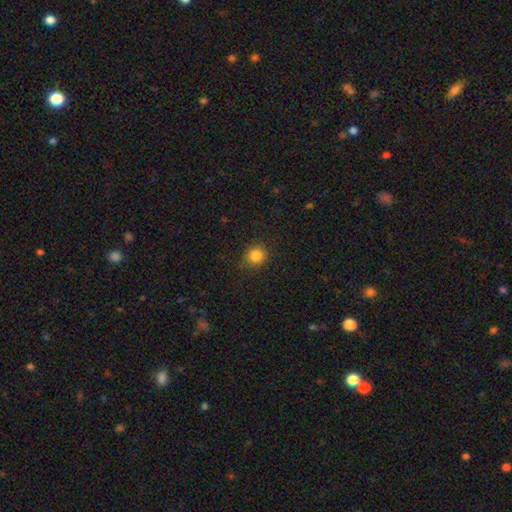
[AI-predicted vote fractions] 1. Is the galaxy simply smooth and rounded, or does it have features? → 84% smooth, 11% star or artifact, 4% featured or disk.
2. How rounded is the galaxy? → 90% round, 9% in between, 1% cigar-shaped.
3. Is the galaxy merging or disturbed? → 87% none, 9% minor disturbance, 3% major disturbance, 1% merger.